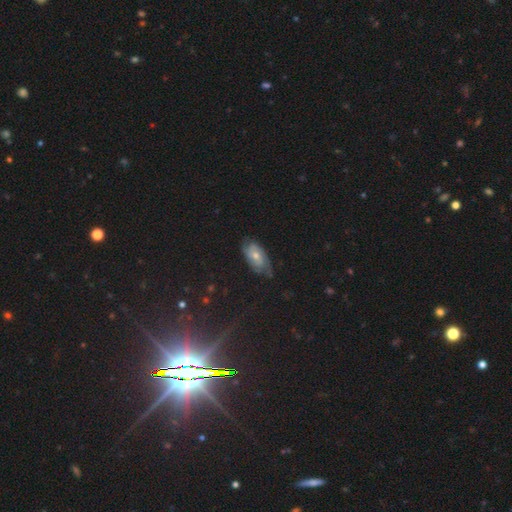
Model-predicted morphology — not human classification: smooth-or-featured: featured or disk: 58% | smooth: 32% | star or artifact: 10%
  disk-edge-on: no: 92% | yes: 8%
    bar: no: 68% | weak: 27% | strong: 5%
    has-spiral-arms: yes: 84% | no: 16%
    bulge-size: moderate: 61% | small: 34% | large: 3% | none: 2% | dominant: 1%
  merging: none: 64% | minor disturbance: 27% | major disturbance: 8% | merger: 2%